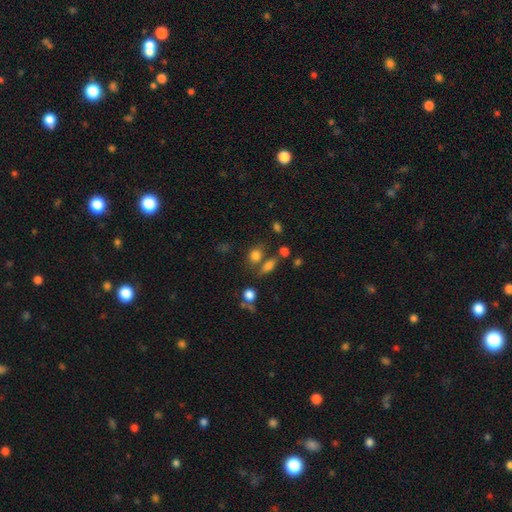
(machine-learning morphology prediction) smooth_or_featured: smooth (p=0.78) [alt: star or artifact p=0.14]
how_rounded: in between (p=0.59) [alt: round p=0.39]
merging: none (p=0.57) [alt: merger p=0.22]